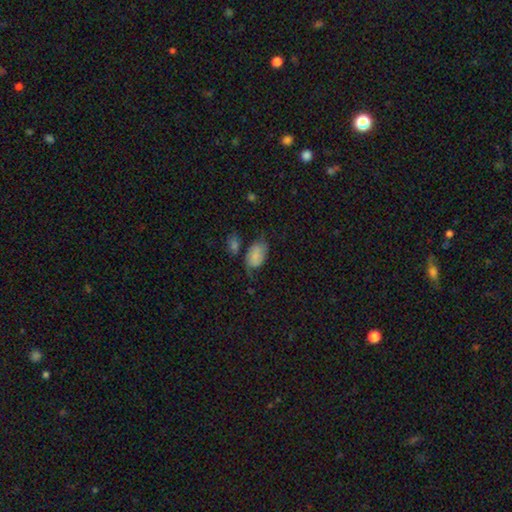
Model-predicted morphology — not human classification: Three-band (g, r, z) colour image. It shows a smooth galaxy with no disk features (70%) that is in between round and cigar-shaped (90%). Merging: none (42%).